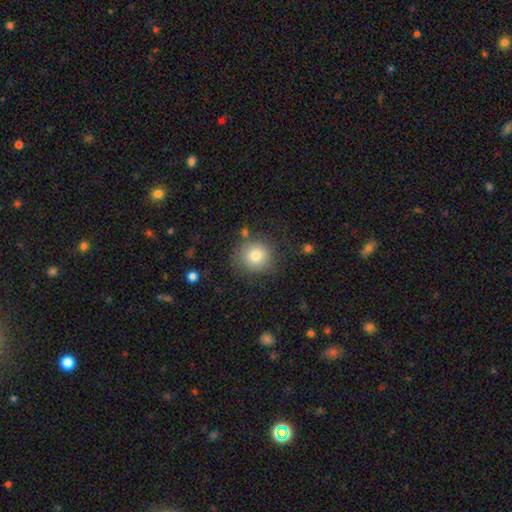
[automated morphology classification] Smooth or featured? smooth (80%)
How rounded? round (90%)
Merging? none (80%)